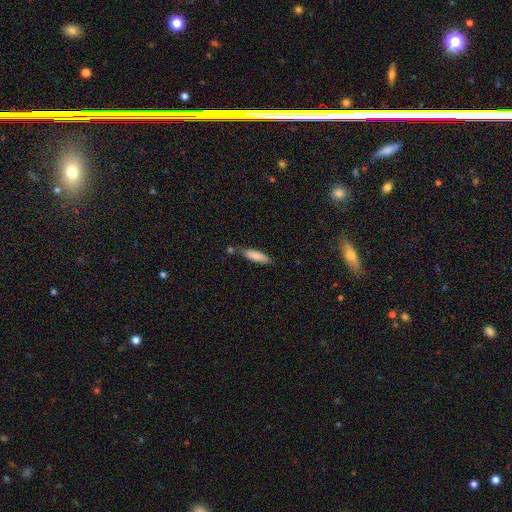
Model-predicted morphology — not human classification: Q: Smooth or featured?
A: smooth (84%); runner-up: featured or disk (10%)
Q: How rounded?
A: cigar-shaped (62%); runner-up: in between (36%)
Q: Merging?
A: none (68%); runner-up: minor disturbance (19%)